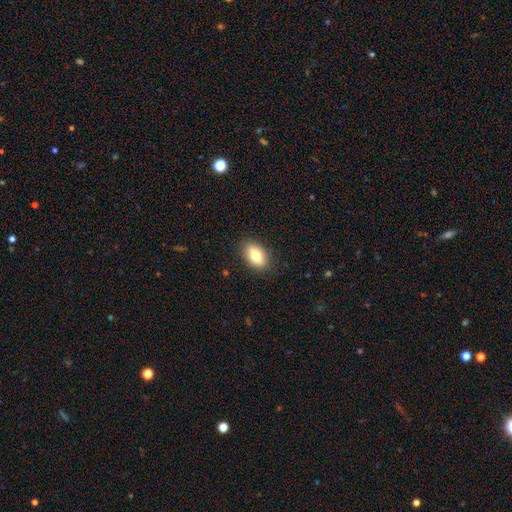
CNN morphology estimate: smooth 81%, featured or disk 12%, star or artifact 7%. Down the decision tree: how rounded — in between (90%); merging — none (86%).